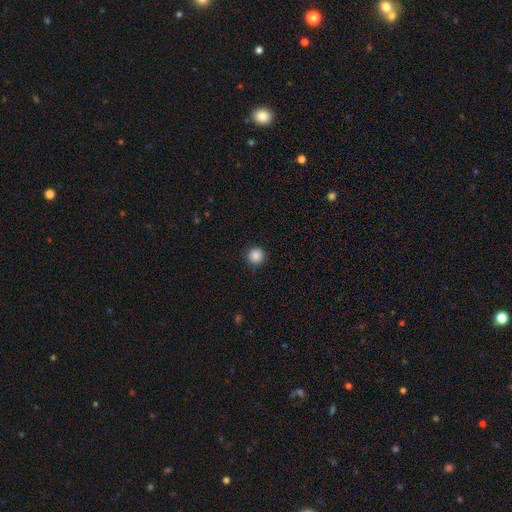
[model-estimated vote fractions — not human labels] Morphology: type=smooth (88%); roundness=round (96%); merging=none (92%).